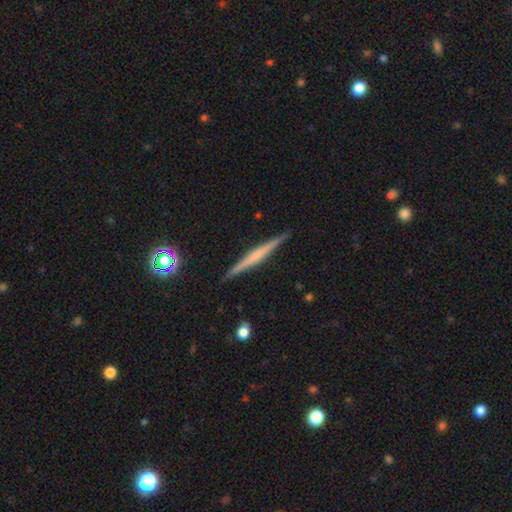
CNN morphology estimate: A featured or disk galaxy (66%) viewed edge-on (98%) with no central bulge (43%).

Vote fractions:
- Smooth or featured? featured or disk: 66% / smooth: 27% / star or artifact: 7%
- Edge-on disk? yes: 98% / no: 2%
- Edge-on bulge? none: 43% / rounded: 38% / boxy: 19%
- Merging? none: 92% / minor disturbance: 6% / major disturbance: 1% / merger: 1%